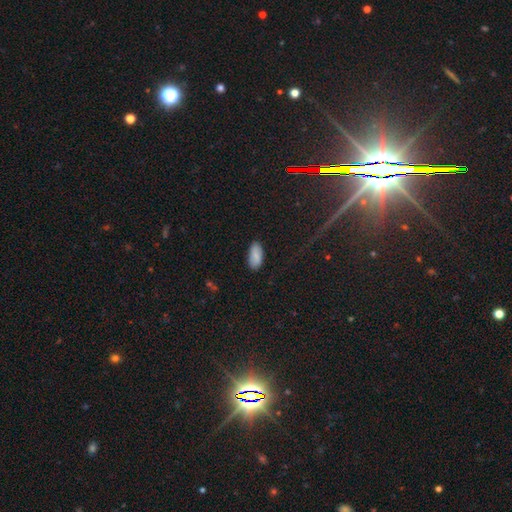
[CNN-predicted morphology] Smooth or featured?
  - smooth: 87% *
  - star or artifact: 7%
  - featured or disk: 6%
How rounded?
  - in between: 92% *
  - cigar-shaped: 6%
  - round: 2%
Merging?
  - none: 84% *
  - minor disturbance: 13%
  - major disturbance: 3%
  - merger: 1%